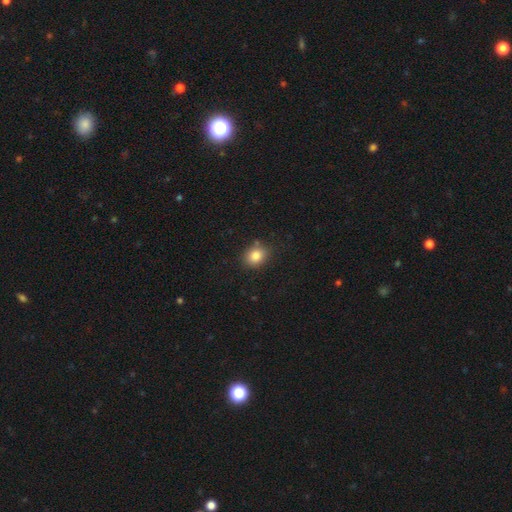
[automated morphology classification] smooth 83%, star or artifact 10%, featured or disk 7%. Down the decision tree: how rounded — round (59%); merging — none (79%).